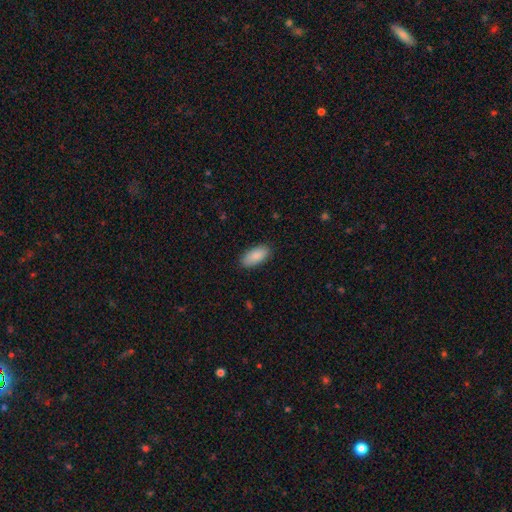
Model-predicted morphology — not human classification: Smooth or featured?
  - smooth: 89% *
  - star or artifact: 6%
  - featured or disk: 5%
How rounded?
  - in between: 91% *
  - cigar-shaped: 8%
  - round: 2%
Merging?
  - none: 88% *
  - minor disturbance: 9%
  - major disturbance: 2%
  - merger: 1%